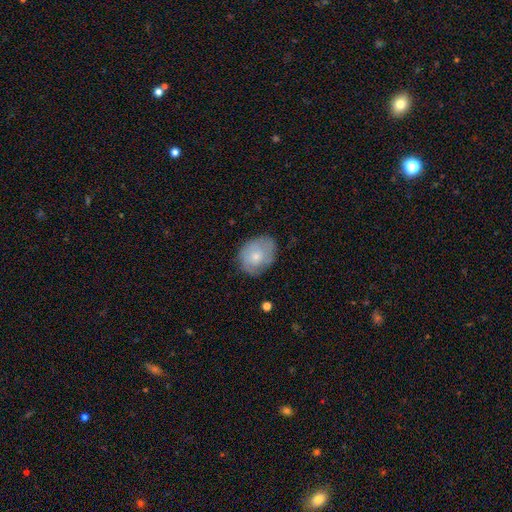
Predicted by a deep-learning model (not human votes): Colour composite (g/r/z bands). It shows a smooth galaxy with no disk features (61%) that is in between round and cigar-shaped (56%). Merging: none (68%).